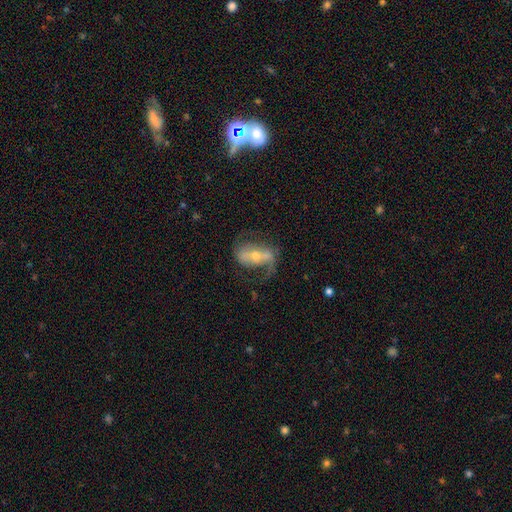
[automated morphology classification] A featured or disk galaxy (74%) with a strong bar (48%), 2 (78%) loose (48%) spiral arms (84%) and a small central bulge (47%).

Vote fractions:
- Smooth or featured? featured or disk: 74% / smooth: 19% / star or artifact: 7%
- Edge-on disk? no: 93% / yes: 7%
- Bar? strong: 48% / weak: 29% / no: 23%
- Spiral arms? yes: 84% / no: 16%
- Spiral winding? loose: 48% / medium: 39% / tight: 14%
- Spiral arm count? 2: 78% / 1: 13% / can't tell: 7% / 3: 1% / 4: 1% / more than 4: 1%
- Bulge size? small: 47% / moderate: 46% / large: 3% / none: 2% / dominant: 1%
- Merging? none: 55% / major disturbance: 21% / minor disturbance: 20% / merger: 4%